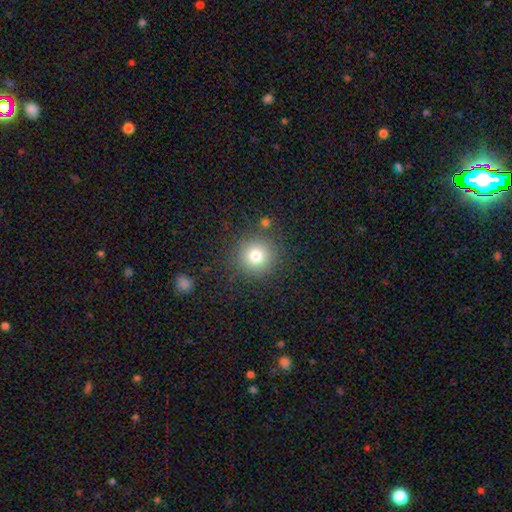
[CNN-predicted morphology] The model was most divided on "smooth or featured": smooth: 78%, star or artifact: 13%, featured or disk: 9%. More confident: how rounded — round (94%); merging — none (85%).